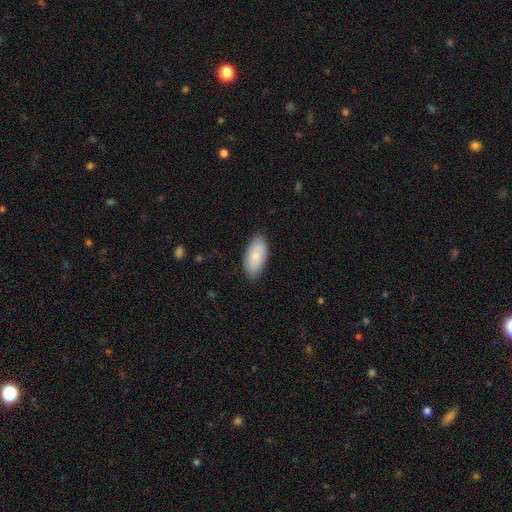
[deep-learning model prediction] This is clearly a smooth galaxy (81%). How rounded: clearly in between (93%). Merging: clearly none (84%).